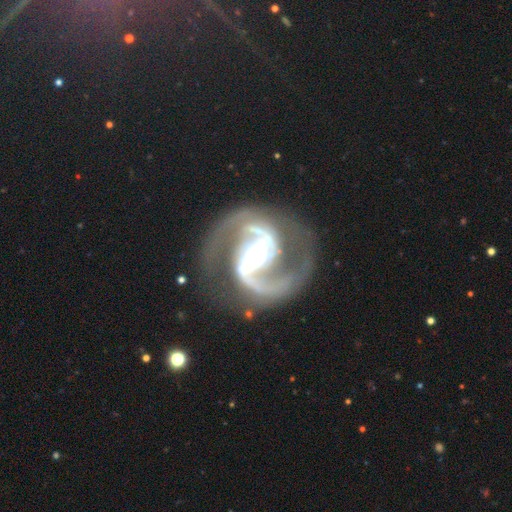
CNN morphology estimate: smooth-or-featured: featured or disk: 93% | star or artifact: 5% | smooth: 2%
  disk-edge-on: no: 98% | yes: 2%
    bar: strong: 57% | weak: 28% | no: 15%
    has-spiral-arms: yes: 98% | no: 2%
      spiral-winding: medium: 66% | tight: 18% | loose: 16%
      spiral-arm-count: 2: 93% | 3: 2% | can't tell: 2% | 1: 1% | 4: 1% | more than 4: 1%
    bulge-size: moderate: 62% | large: 19% | small: 16% | dominant: 2% | none: 2%
  merging: none: 75% | minor disturbance: 13% | major disturbance: 10% | merger: 2%